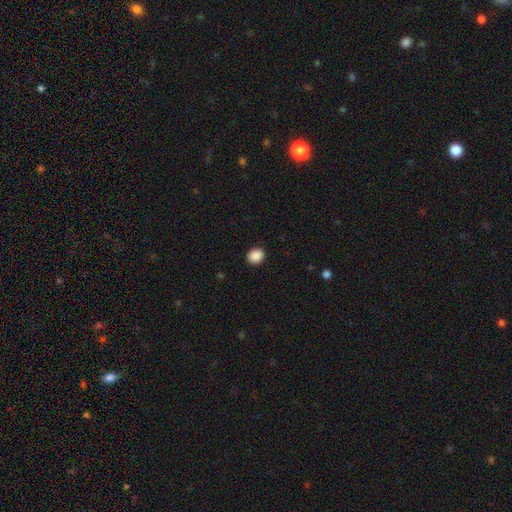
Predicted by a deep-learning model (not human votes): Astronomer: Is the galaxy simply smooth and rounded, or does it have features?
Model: smooth — 89%.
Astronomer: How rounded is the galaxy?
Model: round — 64%.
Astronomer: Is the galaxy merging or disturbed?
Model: none — 91%.